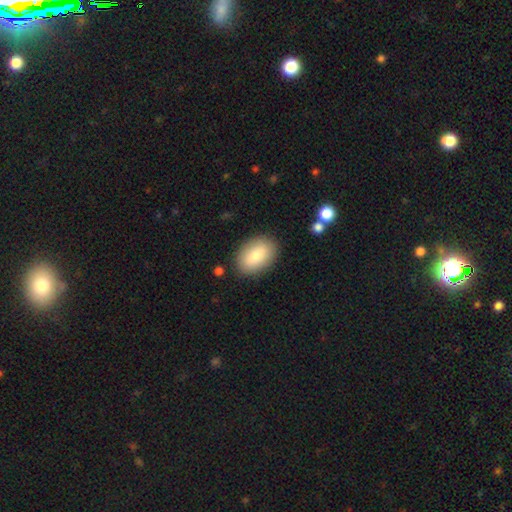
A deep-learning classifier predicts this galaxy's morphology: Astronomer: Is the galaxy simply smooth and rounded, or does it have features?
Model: smooth — 81%.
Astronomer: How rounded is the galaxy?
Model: in between — 88%.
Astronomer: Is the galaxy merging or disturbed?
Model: none — 86%.